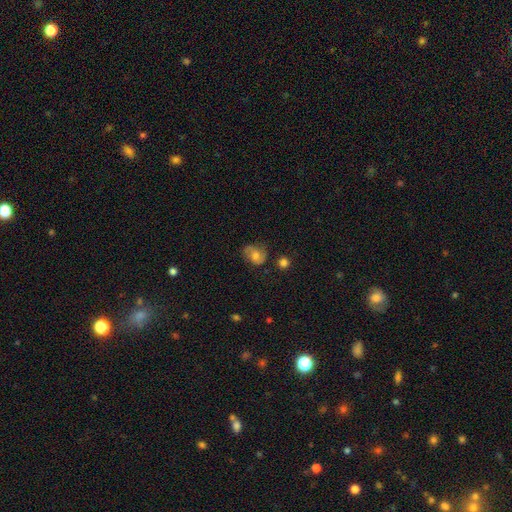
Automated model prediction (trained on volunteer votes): smooth 52%, featured or disk 38%, star or artifact 9%. Down the decision tree: how rounded — round (57%); merging — none (65%).